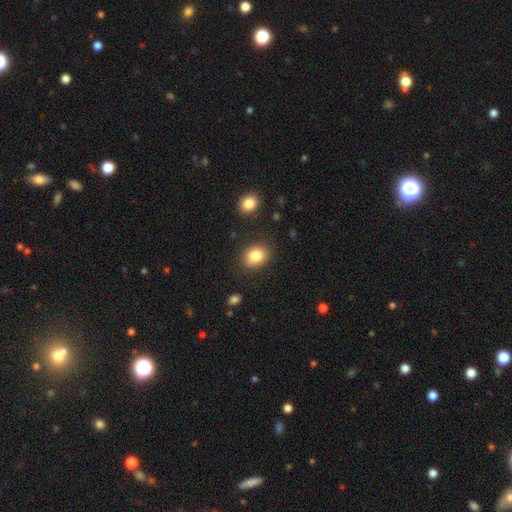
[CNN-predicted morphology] smooth_or_featured: smooth (p=0.83) [alt: star or artifact p=0.09]
how_rounded: in between (p=0.56) [alt: round p=0.43]
merging: none (p=0.83) [alt: minor disturbance p=0.11]